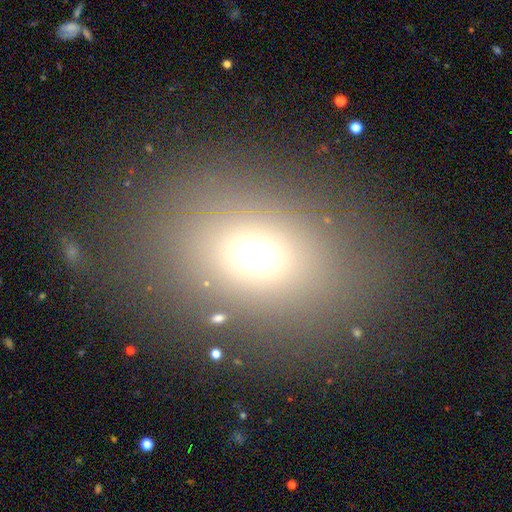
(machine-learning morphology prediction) Smooth or featured? Predicted: smooth (p=0.65). How rounded? Predicted: in between (p=0.57). Merging? Predicted: none (p=0.78).